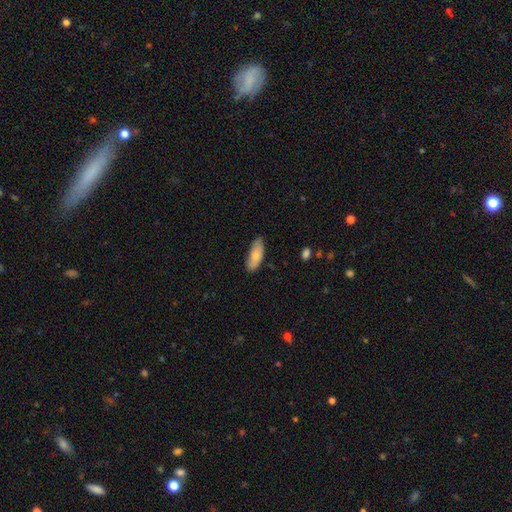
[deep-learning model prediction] Overall: smooth (78%). How rounded: in between (73%). Merging: none (77%).